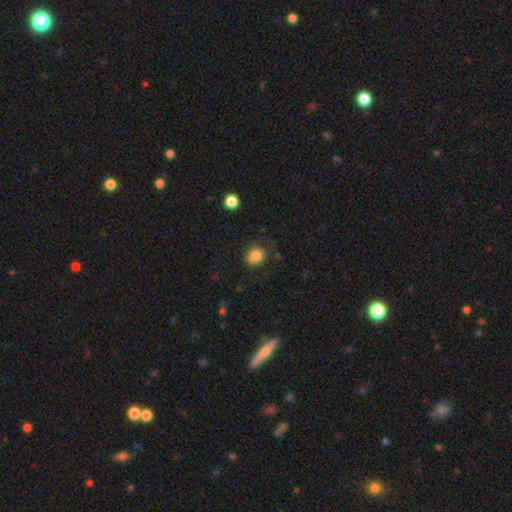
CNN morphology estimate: A smooth galaxy with no disk features (84%) that is round (76%). Merging: none (74%).